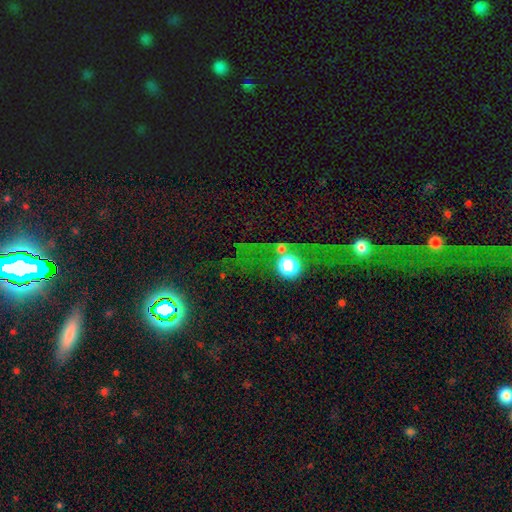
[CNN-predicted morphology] A star or artifact, not a galaxy (70%).